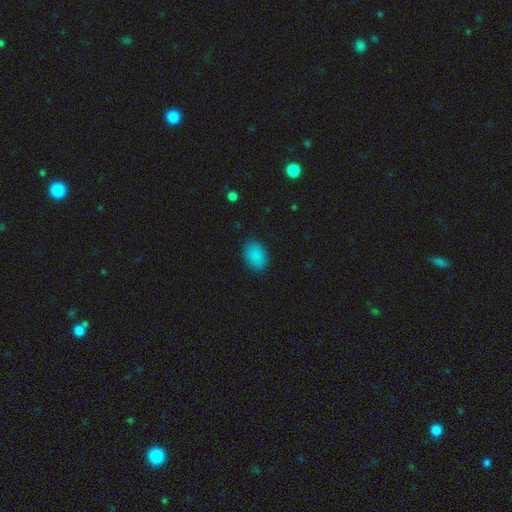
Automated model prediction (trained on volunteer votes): Smooth or featured?
  - smooth: 87% *
  - star or artifact: 9%
  - featured or disk: 4%
How rounded?
  - in between: 78% *
  - round: 21%
  - cigar-shaped: 1%
Merging?
  - none: 85% *
  - minor disturbance: 11%
  - major disturbance: 3%
  - merger: 1%